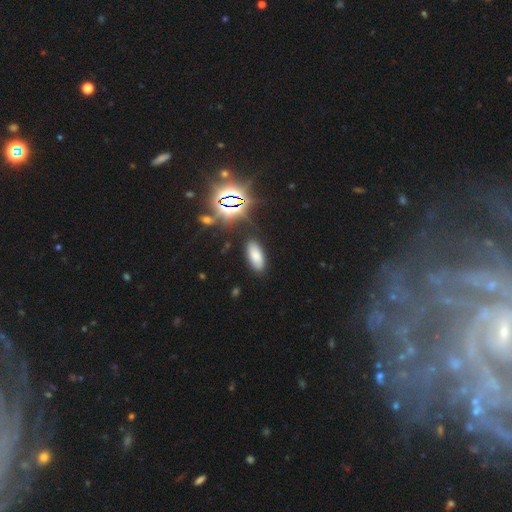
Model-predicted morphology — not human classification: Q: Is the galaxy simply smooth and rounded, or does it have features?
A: smooth — 72%.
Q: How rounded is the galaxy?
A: in between — 84%.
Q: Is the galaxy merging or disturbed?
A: none — 87%.